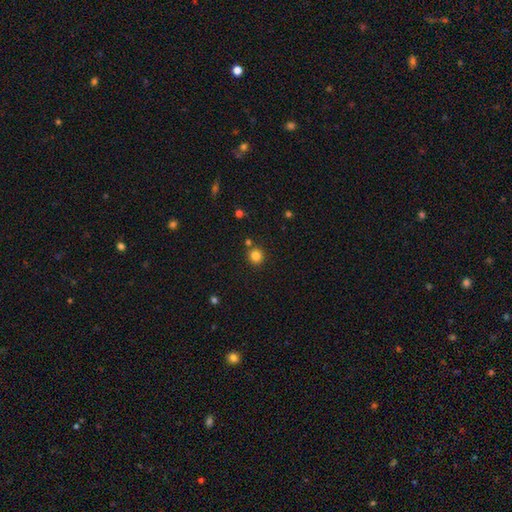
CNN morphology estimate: Q: Smooth or featured?
A: smooth (83%); runner-up: star or artifact (13%)
Q: How rounded?
A: round (92%); runner-up: in between (7%)
Q: Merging?
A: none (83%); runner-up: merger (8%)